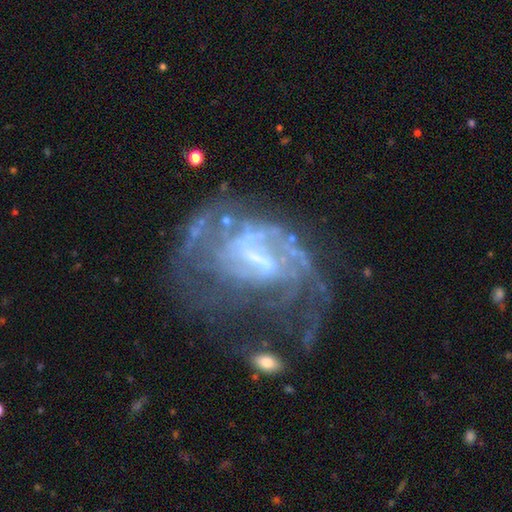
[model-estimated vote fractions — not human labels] Morphology: type=featured or disk (84%); edge-on=no (97%); bar=weak (49%); spiral arms=yes (83%); winding=medium (40%); arm count=can't tell (40%); bulge=small (42%); merging=major disturbance (37%).